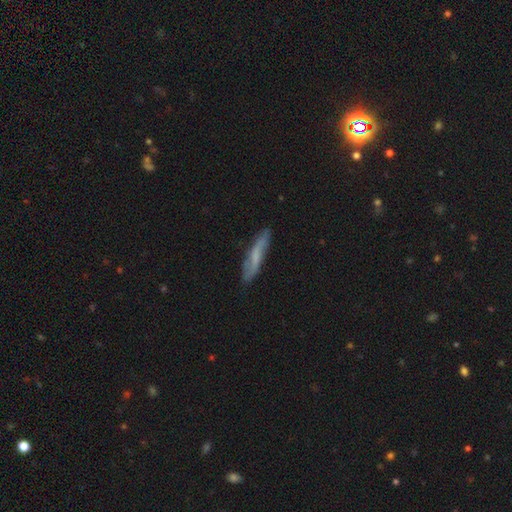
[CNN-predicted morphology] type=smooth (48%); merging=none (76%).